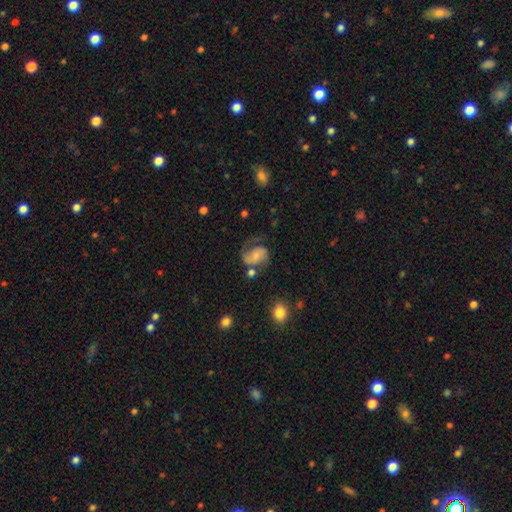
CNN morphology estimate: A featured or disk galaxy (61%) with no bar (65%), 2 (56%) medium (44%) spiral arms (85%) and a small central bulge (53%). Merging: none (40%).